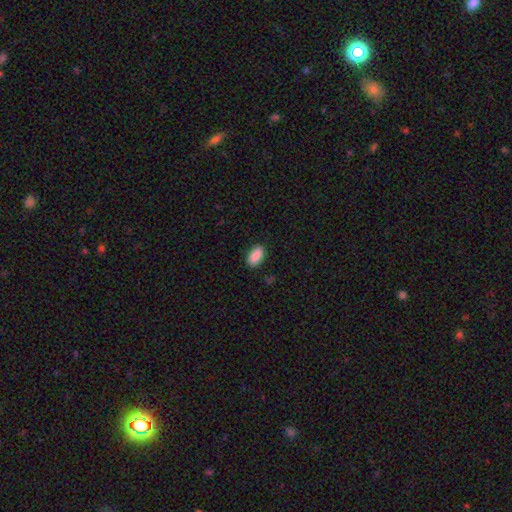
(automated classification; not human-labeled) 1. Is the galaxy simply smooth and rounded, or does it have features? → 89% smooth, 7% star or artifact, 4% featured or disk.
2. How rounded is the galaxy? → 91% in between, 6% cigar-shaped, 3% round.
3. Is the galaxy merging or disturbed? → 88% none, 9% minor disturbance, 2% major disturbance, 1% merger.